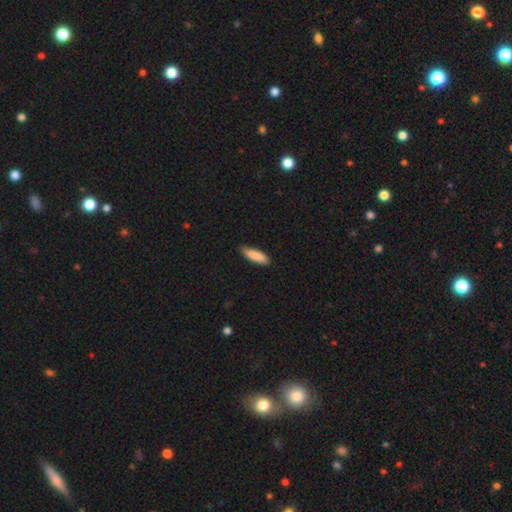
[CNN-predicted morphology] A smooth galaxy with no disk features (88%) that is cigar-shaped (59%).

Vote fractions:
- Smooth or featured? smooth: 88% / featured or disk: 7% / star or artifact: 5%
- How rounded? cigar-shaped: 59% / in between: 40% / round: 1%
- Merging? none: 82% / minor disturbance: 15% / major disturbance: 2% / merger: 1%